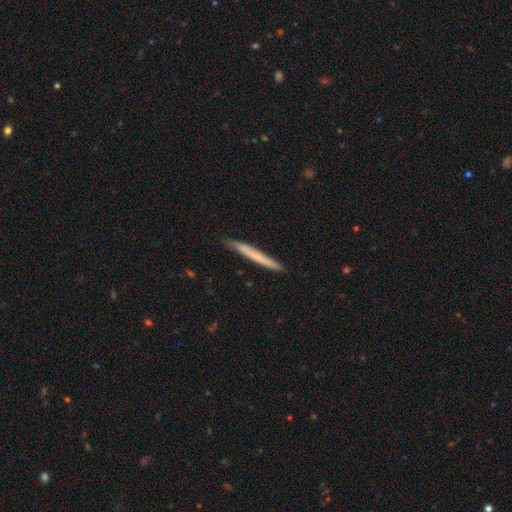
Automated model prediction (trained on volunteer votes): Smooth or featured? Predicted: smooth (p=0.61). How rounded? Predicted: cigar-shaped (p=0.97). Merging? Predicted: none (p=0.88).